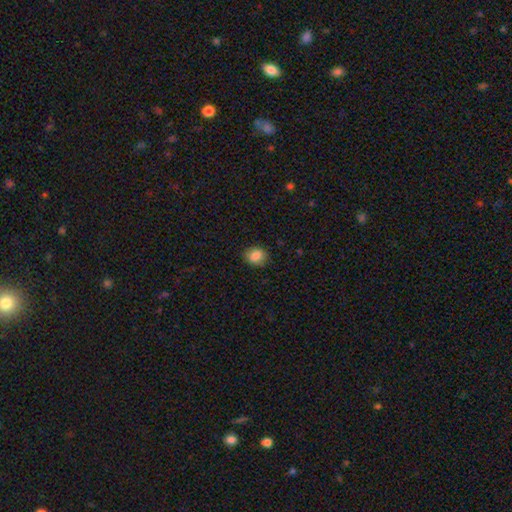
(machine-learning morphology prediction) A smooth galaxy with no disk features (86%) that is round (57%). Merging: none (84%).